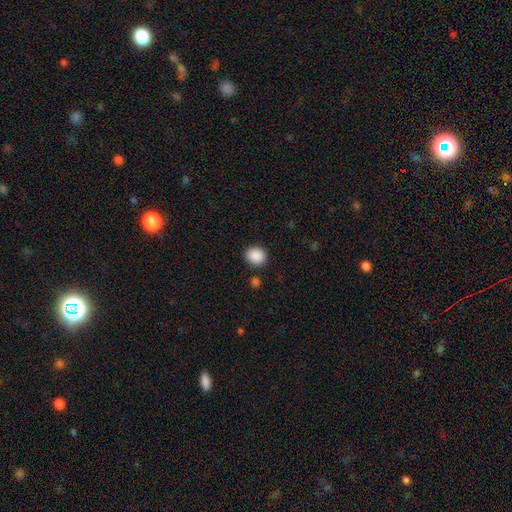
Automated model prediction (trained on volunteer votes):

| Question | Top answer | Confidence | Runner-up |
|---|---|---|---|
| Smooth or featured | smooth | 89% | star or artifact (8%) |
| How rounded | round | 75% | in between (25%) |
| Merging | none | 87% | minor disturbance (8%) |